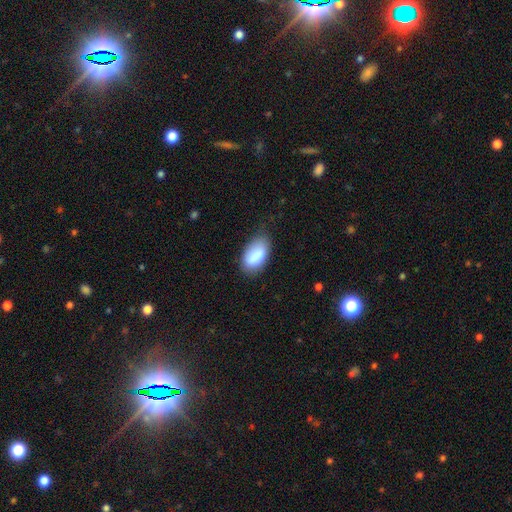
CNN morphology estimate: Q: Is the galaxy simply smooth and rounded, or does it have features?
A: smooth — 86%.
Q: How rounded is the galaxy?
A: in between — 93%.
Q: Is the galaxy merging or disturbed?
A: none — 70%.